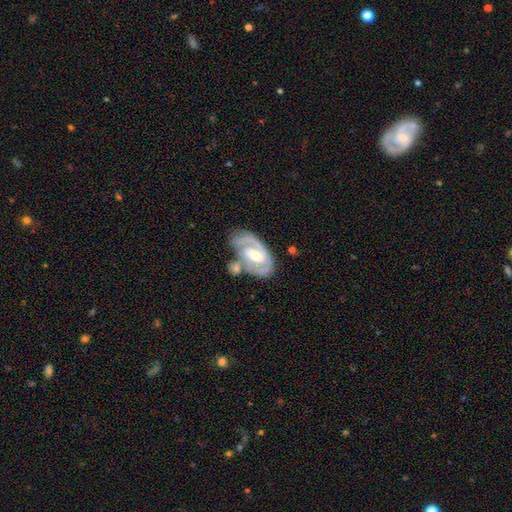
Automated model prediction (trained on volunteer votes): Smooth or featured? featured or disk (86%)
Edge-on disk? no (96%)
Bar? weak (49%)
Spiral arms? yes (94%)
Spiral winding? tight (54%)
Spiral arm count? 2 (69%)
Bulge size? moderate (63%)
Merging? none (51%)